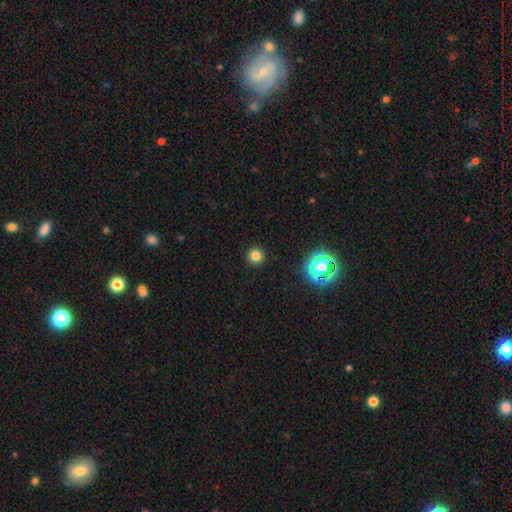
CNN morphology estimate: Smooth or featured?
  - smooth: 79% *
  - star or artifact: 17%
  - featured or disk: 4%
How rounded?
  - round: 95% *
  - in between: 4%
  - cigar-shaped: 1%
Merging?
  - none: 92% *
  - minor disturbance: 5%
  - major disturbance: 2%
  - merger: 1%